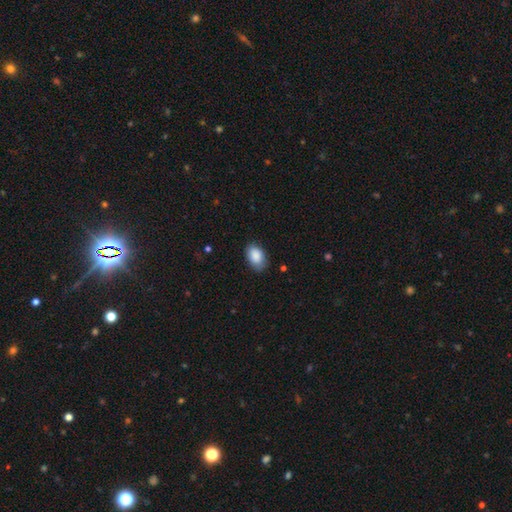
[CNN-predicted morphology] Overall: smooth (88%). How rounded: in between (88%). Merging: none (79%).